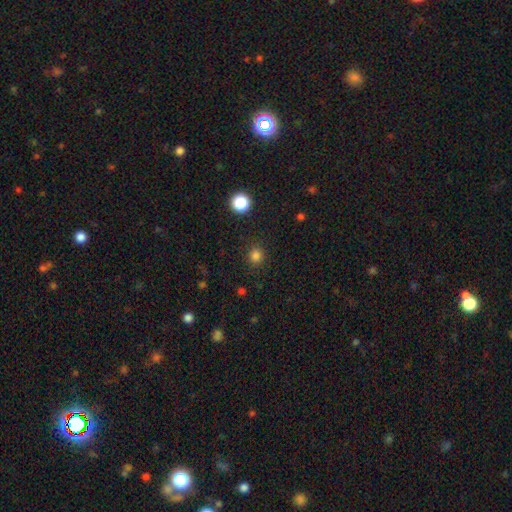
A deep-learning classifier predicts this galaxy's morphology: This is clearly a smooth galaxy (81%). How rounded: clearly round (89%). Merging: clearly none (89%).